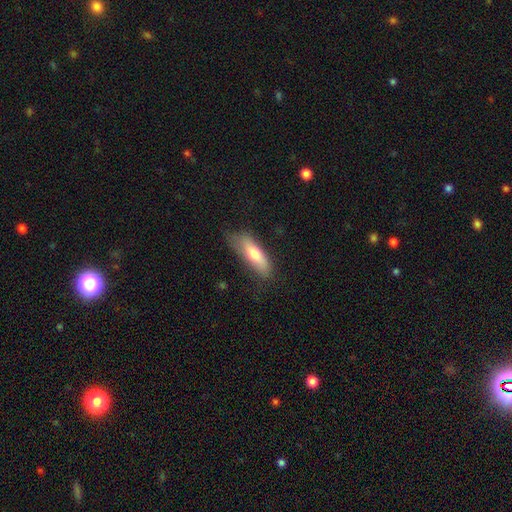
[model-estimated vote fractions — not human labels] Smooth or featured? Predicted: smooth (p=0.69). How rounded? Predicted: cigar-shaped (p=0.50). Merging? Predicted: none (p=0.66).